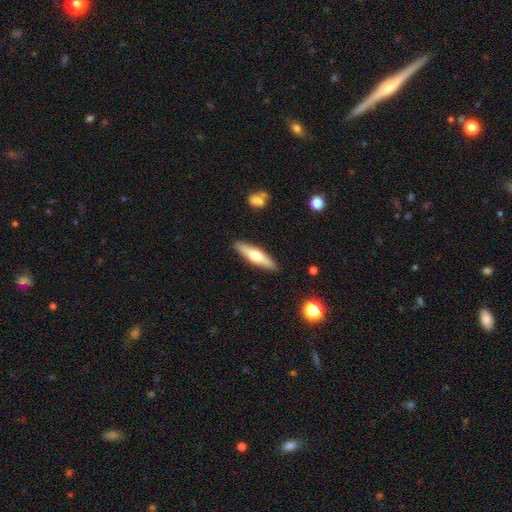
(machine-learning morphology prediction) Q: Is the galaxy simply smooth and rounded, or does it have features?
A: featured or disk — 47%, tied with smooth.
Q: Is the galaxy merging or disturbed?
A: none — 89%.